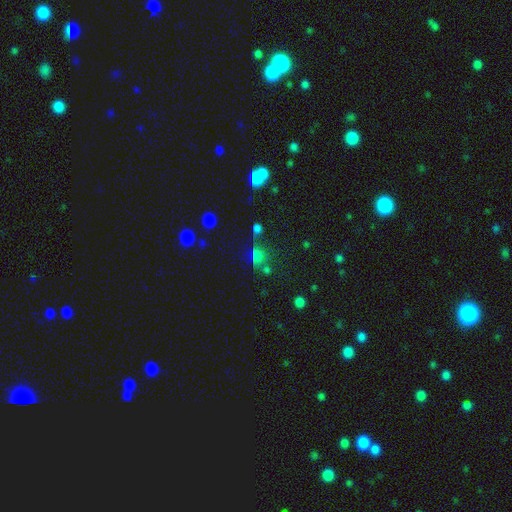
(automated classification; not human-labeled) smooth-or-featured: smooth: 57% | star or artifact: 32% | featured or disk: 11%
  how-rounded: round: 56% | in between: 41% | cigar-shaped: 4%
  merging: none: 51% | merger: 19% | minor disturbance: 17% | major disturbance: 13%